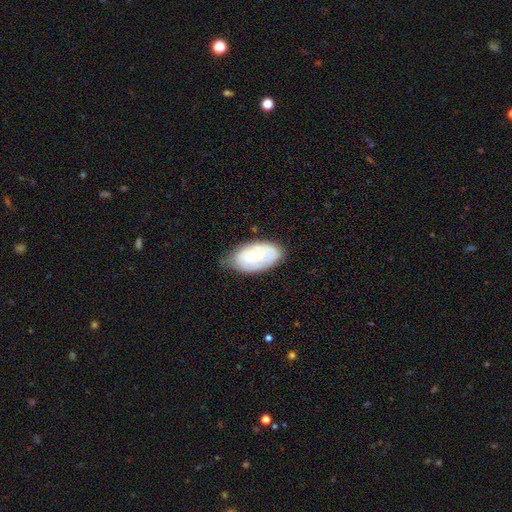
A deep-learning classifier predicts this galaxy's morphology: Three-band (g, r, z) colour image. It shows a smooth galaxy with no disk features (53%) that is in between round and cigar-shaped (94%). Merging: none (64%).